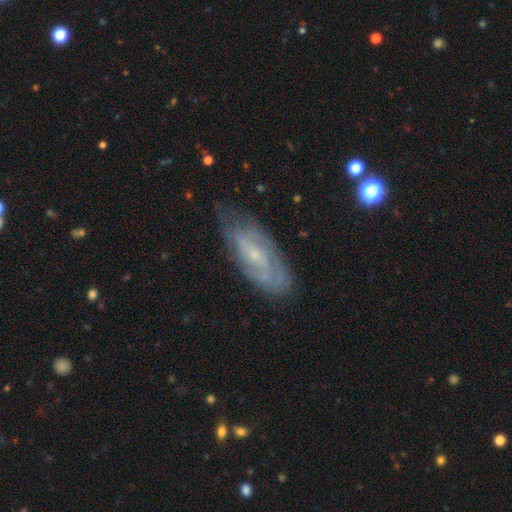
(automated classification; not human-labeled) Smooth or featured: featured or disk — 73% (smooth — 19%)
Edge-on disk: no — 89% (yes — 11%)
Bar: no — 54% (weak — 38%)
Spiral arms: yes — 86% (no — 14%)
Spiral winding: tight — 49% (medium — 37%)
Spiral arm count: can't tell — 41% (tied with 2 — 41%)
Bulge size: small — 74% (moderate — 19%)
Merging: none — 71% (minor disturbance — 21%)